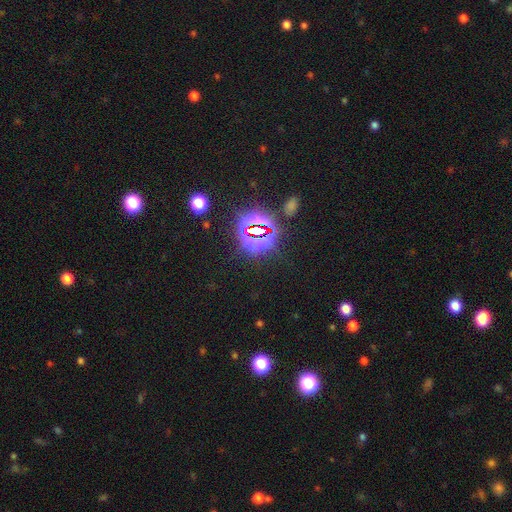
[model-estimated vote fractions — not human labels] Smooth or featured: star or artifact — 82% (smooth — 11%)